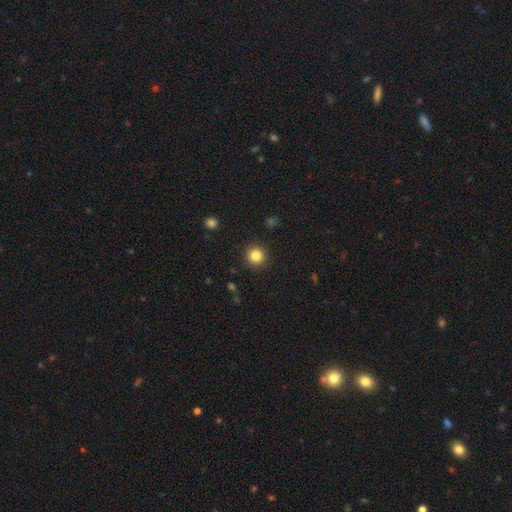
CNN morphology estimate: smooth_or_featured: smooth (p=0.84) [alt: star or artifact p=0.12]
how_rounded: round (p=0.95) [alt: in between p=0.04]
merging: none (p=0.92) [alt: minor disturbance p=0.05]